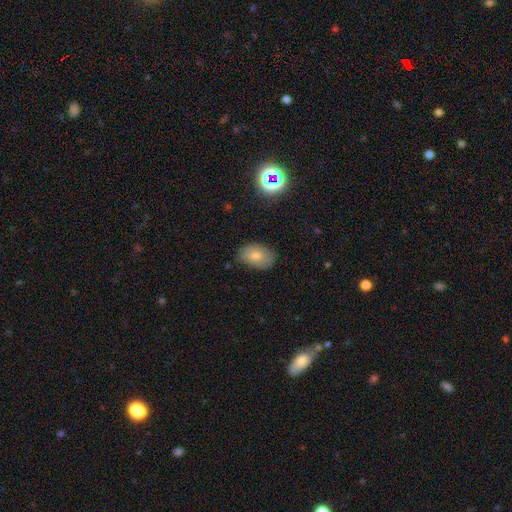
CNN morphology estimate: Q: Smooth or featured?
A: smooth (73%); runner-up: featured or disk (17%)
Q: How rounded?
A: in between (87%); runner-up: round (11%)
Q: Merging?
A: none (76%); runner-up: minor disturbance (19%)